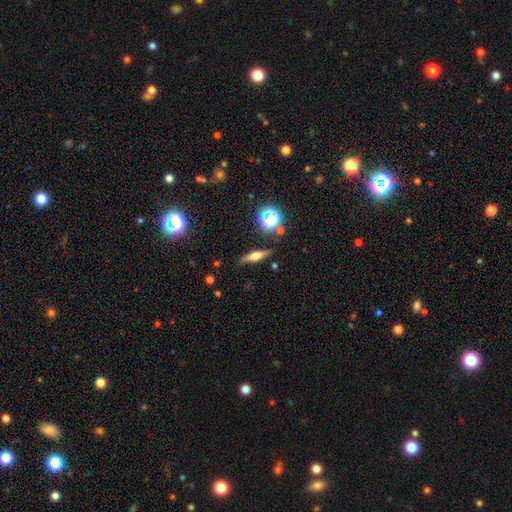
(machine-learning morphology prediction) The model was most divided on "smooth or featured": featured or disk: 57%, smooth: 31%, star or artifact: 11%. More confident: edge-on disk — yes (92%); edge-on bulge — rounded (92%); merging — none (81%).